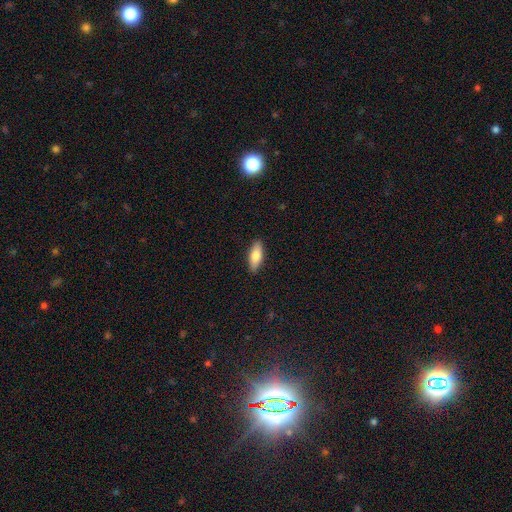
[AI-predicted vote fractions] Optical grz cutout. It shows a smooth galaxy with no disk features (75%) that is in between round and cigar-shaped (69%). Merging: none (89%).